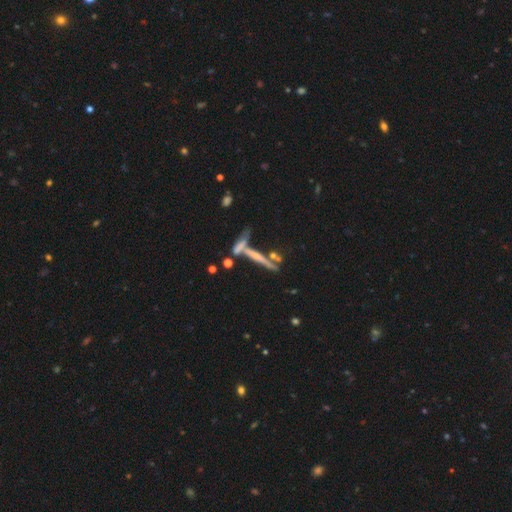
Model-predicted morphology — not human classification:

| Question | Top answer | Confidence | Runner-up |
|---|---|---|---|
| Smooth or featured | featured or disk | 59% | smooth (25%) |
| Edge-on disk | yes | 81% | no (19%) |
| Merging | none | 45% | merger (35%) |